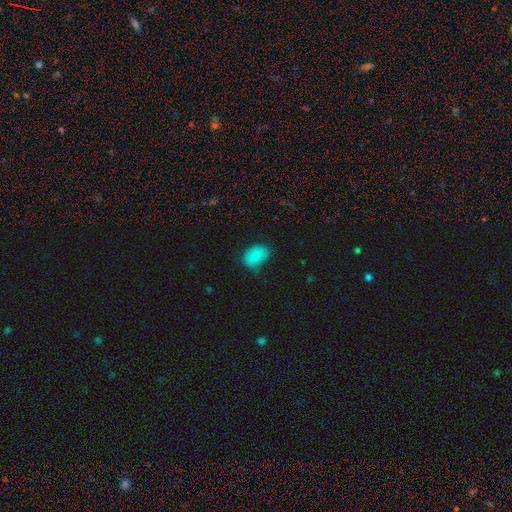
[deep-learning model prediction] smooth-or-featured: smooth: 78% | featured or disk: 13% | star or artifact: 9%
  how-rounded: in between: 72% | round: 27% | cigar-shaped: 1%
  merging: none: 65% | minor disturbance: 28% | major disturbance: 6% | merger: 2%